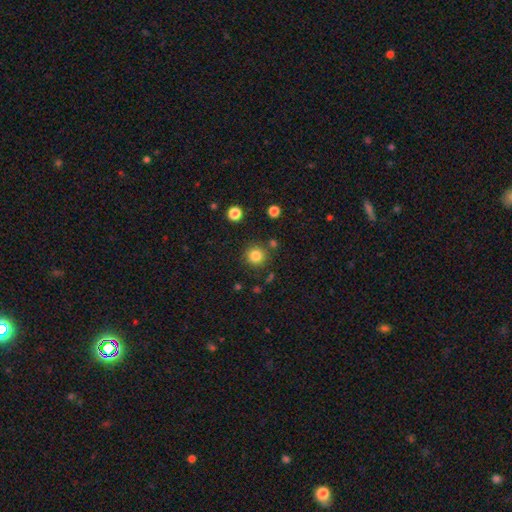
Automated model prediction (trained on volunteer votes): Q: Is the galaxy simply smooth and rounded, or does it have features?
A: smooth — 83%.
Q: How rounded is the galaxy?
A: round — 94%.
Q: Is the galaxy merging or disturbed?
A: none — 84%.